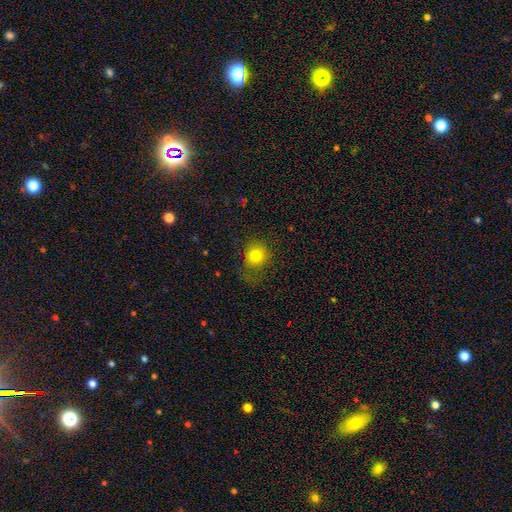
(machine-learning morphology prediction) This appears to be a smooth galaxy with no disk features (78%) that is round (81%). Merging: none (61%).